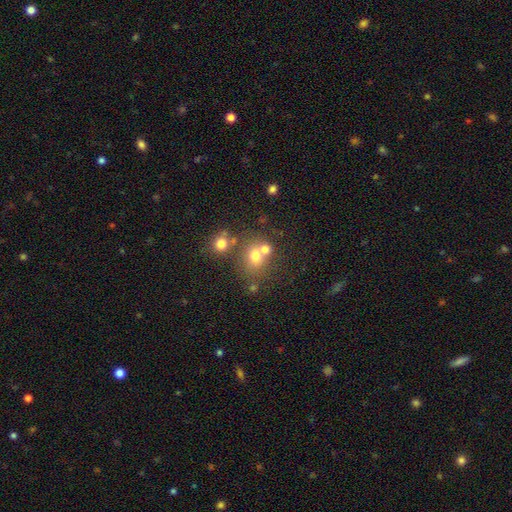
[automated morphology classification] type=smooth (68%); roundness=round (73%); merging=none (46%).